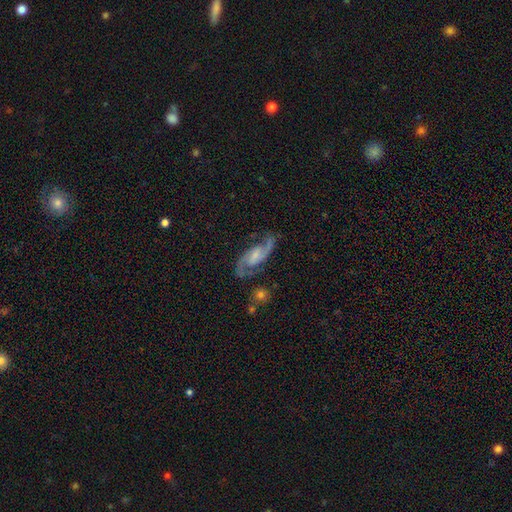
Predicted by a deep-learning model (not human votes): Q: Smooth or featured?
A: featured or disk (89%); runner-up: smooth (6%)
Q: Edge-on disk?
A: no (96%); runner-up: yes (4%)
Q: Bar?
A: weak (45%); runner-up: no (38%)
Q: Spiral arms?
A: yes (98%); runner-up: no (2%)
Q: Spiral winding?
A: medium (56%); runner-up: loose (27%)
Q: Spiral arm count?
A: 2 (93%); runner-up: can't tell (2%)
Q: Bulge size?
A: small (50%); runner-up: moderate (28%)
Q: Merging?
A: none (76%); runner-up: minor disturbance (15%)